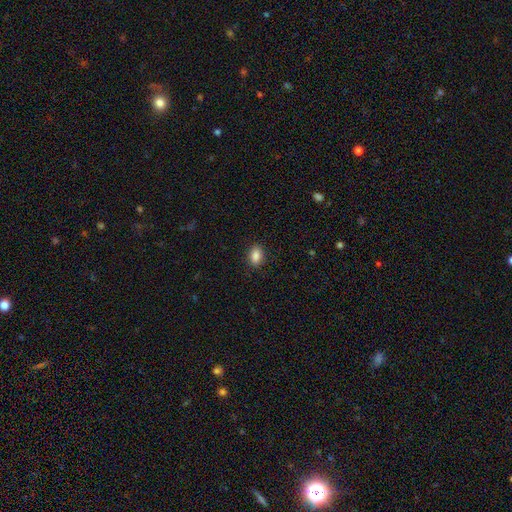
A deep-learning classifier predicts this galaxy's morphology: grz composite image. It shows a smooth galaxy with no disk features (88%) that is in between round and cigar-shaped (83%). Merging: none (89%).